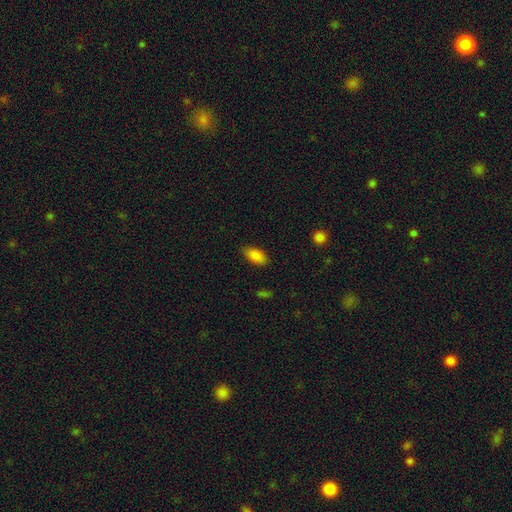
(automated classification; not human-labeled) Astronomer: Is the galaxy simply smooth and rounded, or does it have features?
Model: smooth — 88%.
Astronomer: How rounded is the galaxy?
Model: in between — 91%.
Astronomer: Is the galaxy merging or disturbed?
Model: none — 86%.